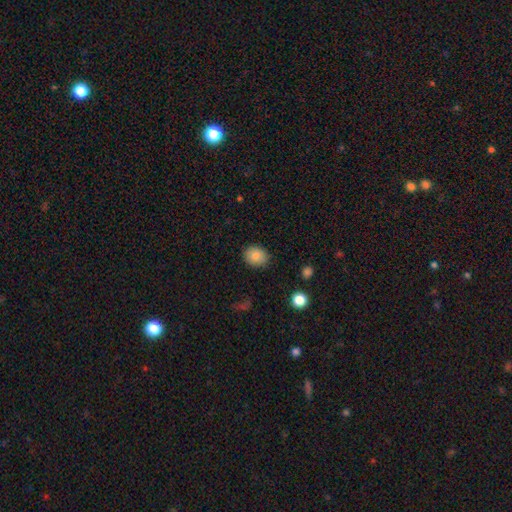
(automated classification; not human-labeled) smooth 84%, star or artifact 9%, featured or disk 7%. Down the decision tree: how rounded — round (55%); merging — none (86%).